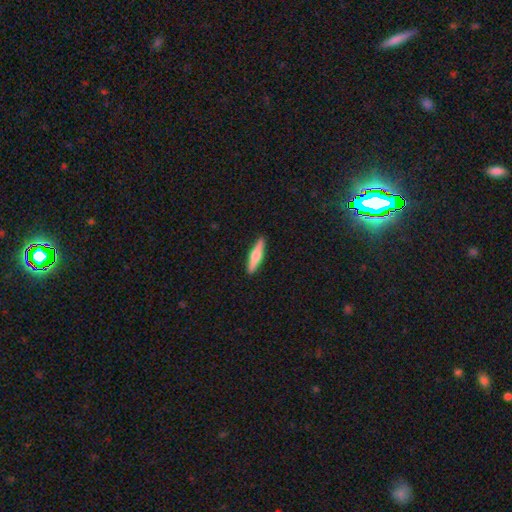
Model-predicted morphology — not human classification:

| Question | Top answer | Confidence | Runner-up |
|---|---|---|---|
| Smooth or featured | smooth | 55% | featured or disk (39%) |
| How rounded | cigar-shaped | 82% | in between (16%) |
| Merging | none | 91% | minor disturbance (7%) |